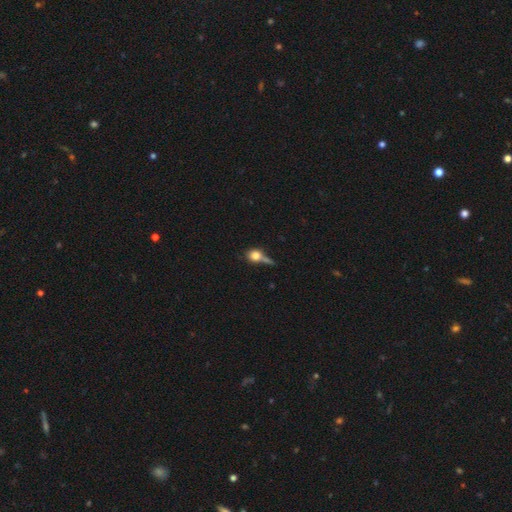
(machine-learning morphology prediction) Smooth or featured?
  - smooth: 74% *
  - featured or disk: 15%
  - star or artifact: 11%
How rounded?
  - round: 72% *
  - in between: 24%
  - cigar-shaped: 4%
Merging?
  - none: 38% *
  - merger: 27%
  - minor disturbance: 18%
  - major disturbance: 17%